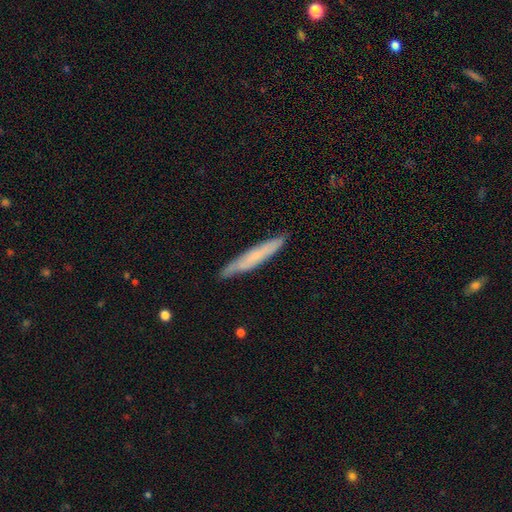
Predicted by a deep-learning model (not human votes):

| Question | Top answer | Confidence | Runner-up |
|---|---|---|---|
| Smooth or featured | smooth | 54% | featured or disk (39%) |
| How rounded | cigar-shaped | 94% | in between (5%) |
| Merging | none | 86% | minor disturbance (11%) |